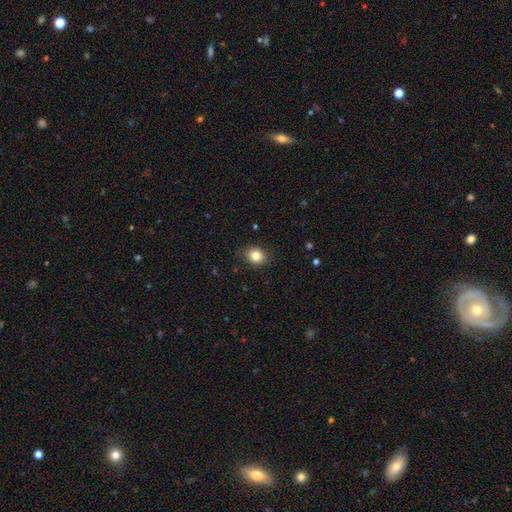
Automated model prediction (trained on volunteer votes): Morphology: type=smooth (83%); roundness=round (65%); merging=none (85%).